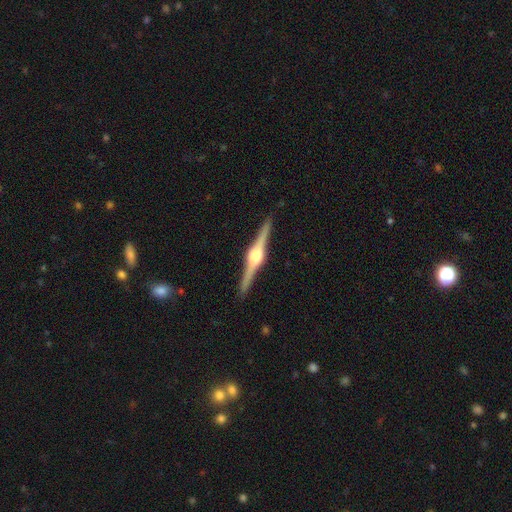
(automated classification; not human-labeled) A featured or disk galaxy (88%) viewed edge-on (98%) with a rounded central bulge (90%). Merging: none (91%).